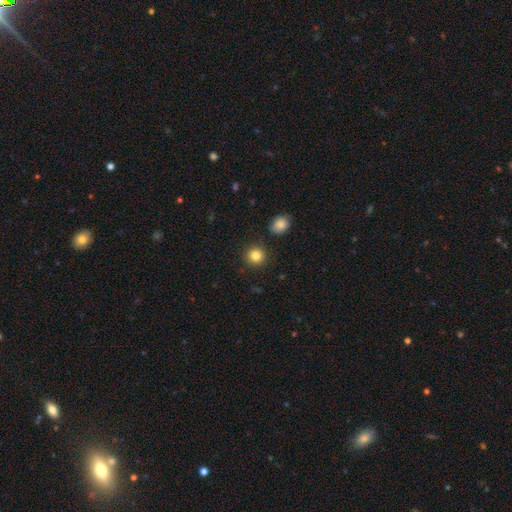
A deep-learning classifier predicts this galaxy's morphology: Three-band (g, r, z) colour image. It shows a smooth galaxy with no disk features (84%) that is round (90%). Merging: none (87%).